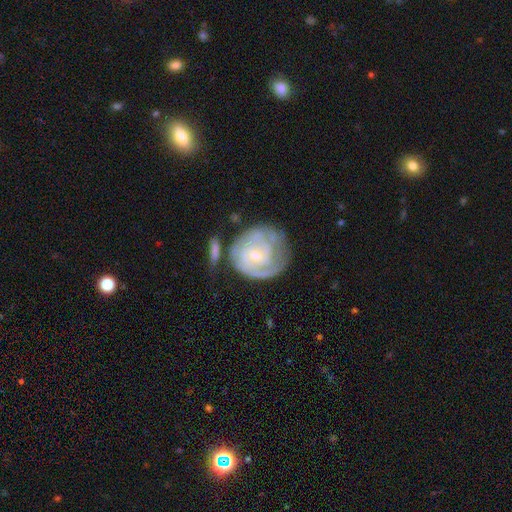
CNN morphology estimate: smooth_or_featured: featured or disk (p=0.75) [alt: smooth p=0.20]
disk_edge_on: no (p=0.97) [alt: yes p=0.03]
bar: no (p=0.63) [alt: weak p=0.31]
has_spiral_arms: yes (p=0.81) [alt: no p=0.19]
spiral_winding: tight (p=0.68) [alt: medium p=0.23]
spiral_arm_count: can't tell (p=0.46) [alt: 2 p=0.25]
bulge_size: small (p=0.58) [alt: moderate p=0.37]
merging: none (p=0.46) [alt: minor disturbance p=0.24]